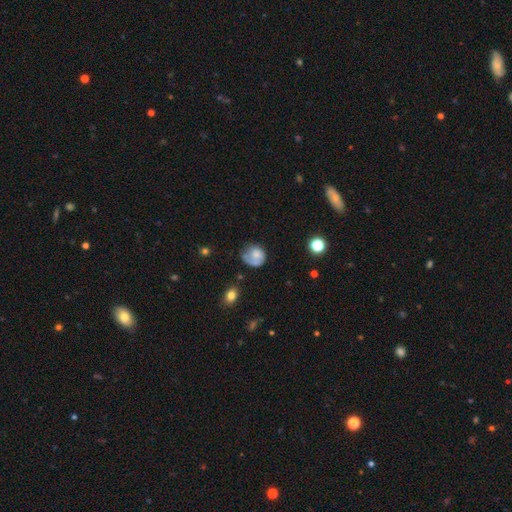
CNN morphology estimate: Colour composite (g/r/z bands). It shows a smooth galaxy with no disk features (57%) that is round (74%). Merging: none (46%).